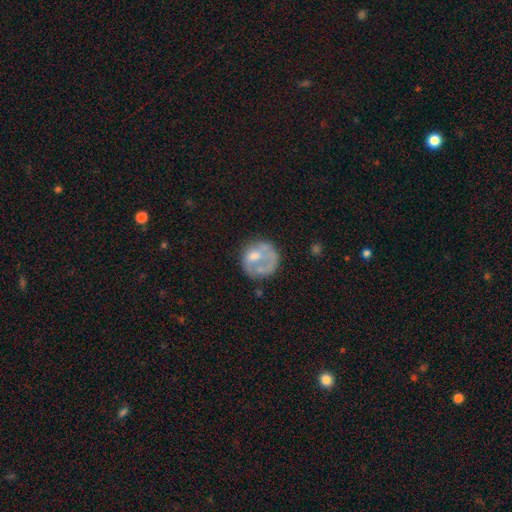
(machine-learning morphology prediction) A smooth galaxy with no disk features (48%).

Vote fractions:
- Smooth or featured? smooth: 48% / featured or disk: 43% / star or artifact: 9%
- Merging? none: 46% / major disturbance: 25% / minor disturbance: 23% / merger: 6%